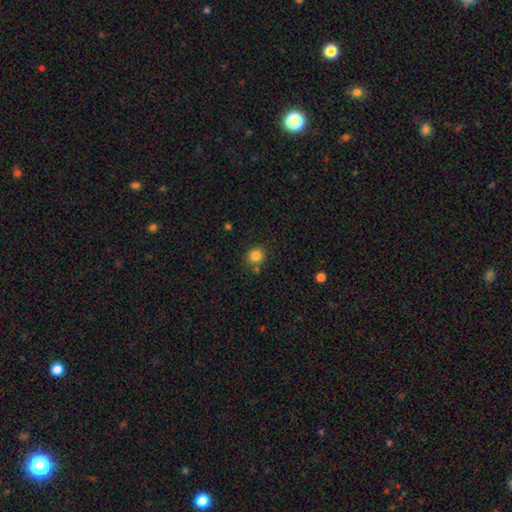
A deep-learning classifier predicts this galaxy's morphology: Q: Smooth or featured?
A: smooth (84%); runner-up: star or artifact (11%)
Q: How rounded?
A: round (85%); runner-up: in between (14%)
Q: Merging?
A: none (80%); runner-up: minor disturbance (10%)